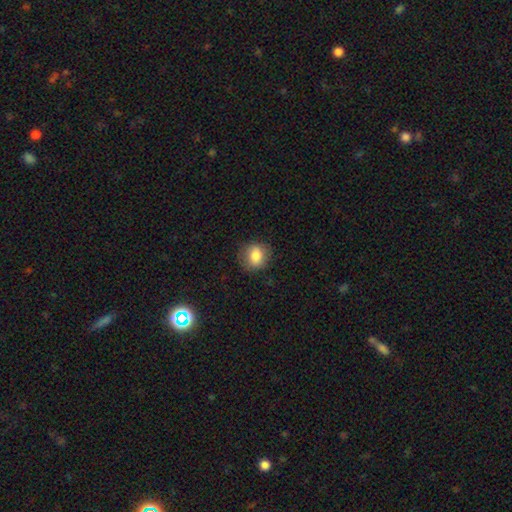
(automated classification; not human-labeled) smooth_or_featured: smooth (p=0.81) [alt: featured or disk p=0.10]
how_rounded: round (p=0.69) [alt: in between p=0.30]
merging: none (p=0.82) [alt: minor disturbance p=0.13]